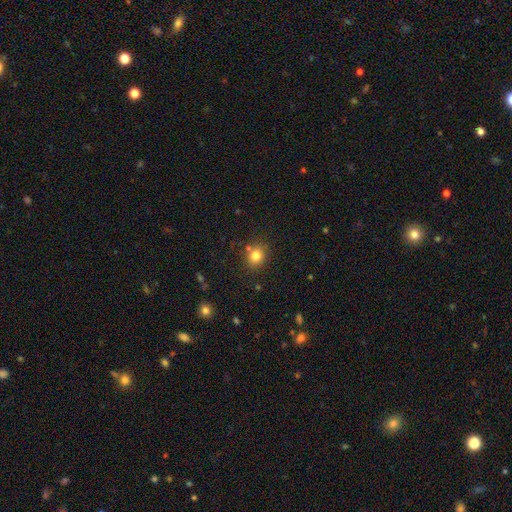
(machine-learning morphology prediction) Overall: smooth (80%). How rounded: round (73%). Merging: none (78%).